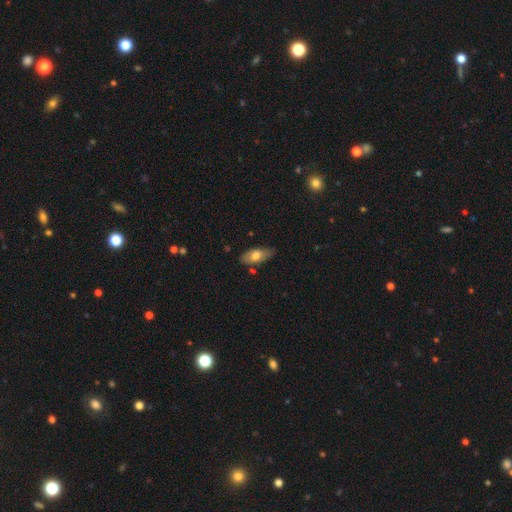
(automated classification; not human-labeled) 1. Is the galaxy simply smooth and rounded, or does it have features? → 67% smooth, 26% featured or disk, 6% star or artifact.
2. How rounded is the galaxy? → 85% in between, 12% cigar-shaped, 3% round.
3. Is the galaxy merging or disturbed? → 71% none, 22% minor disturbance, 4% major disturbance, 4% merger.